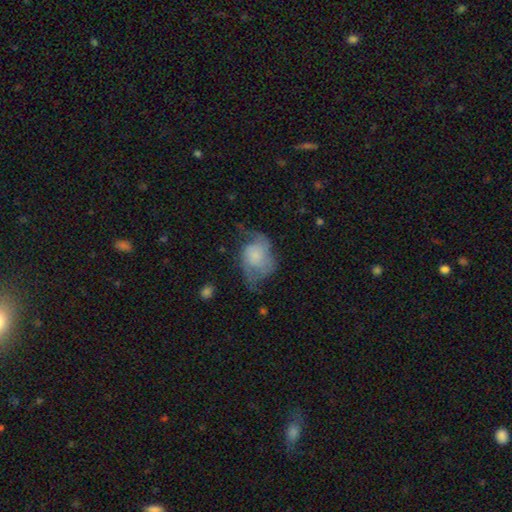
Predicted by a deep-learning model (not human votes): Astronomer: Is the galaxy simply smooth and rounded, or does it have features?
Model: featured or disk — 54% (runner-up: smooth, 38%).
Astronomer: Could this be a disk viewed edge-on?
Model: no — 97%.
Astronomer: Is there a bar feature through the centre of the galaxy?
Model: no — 77%.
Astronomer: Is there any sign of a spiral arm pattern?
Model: yes — 79%.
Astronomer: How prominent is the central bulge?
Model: small — 32% (runner-up: none, 28%).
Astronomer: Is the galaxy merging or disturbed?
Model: none — 37% (runner-up: major disturbance, 32%).